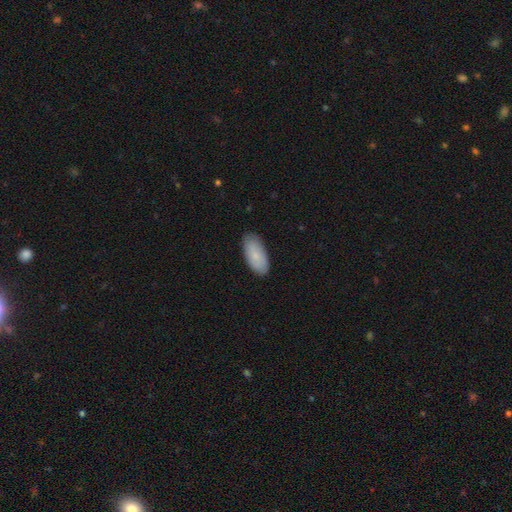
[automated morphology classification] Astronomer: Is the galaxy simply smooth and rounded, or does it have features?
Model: smooth — 82%.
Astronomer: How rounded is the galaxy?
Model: in between — 93%.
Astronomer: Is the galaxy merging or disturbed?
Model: none — 85%.